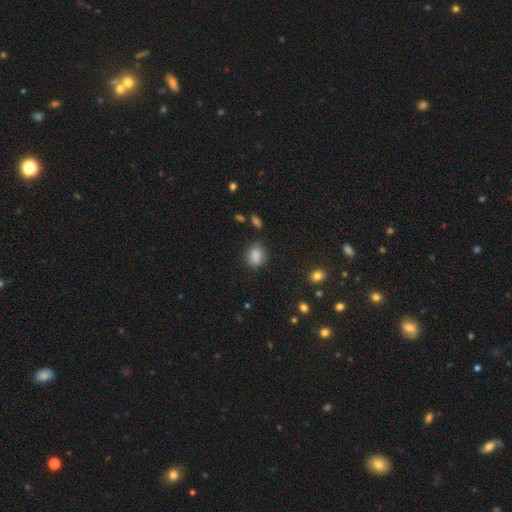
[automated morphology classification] A smooth galaxy with no disk features (82%) that is in between round and cigar-shaped (56%).

Vote fractions:
- Smooth or featured? smooth: 82% / star or artifact: 10% / featured or disk: 8%
- How rounded? in between: 56% / round: 42% / cigar-shaped: 2%
- Merging? none: 66% / minor disturbance: 23% / major disturbance: 6% / merger: 4%